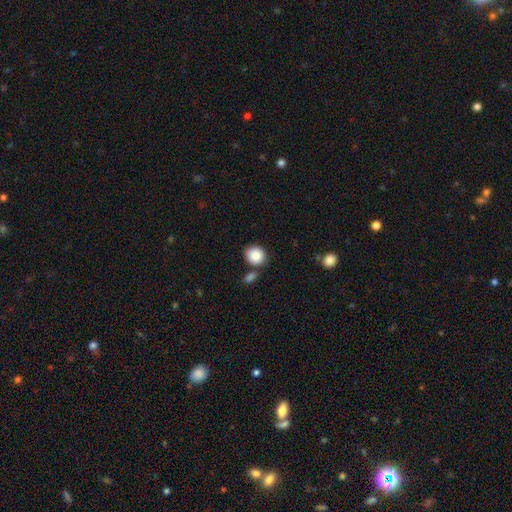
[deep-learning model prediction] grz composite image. It shows a smooth galaxy with no disk features (87%) that is round (77%). Merging: none (70%).